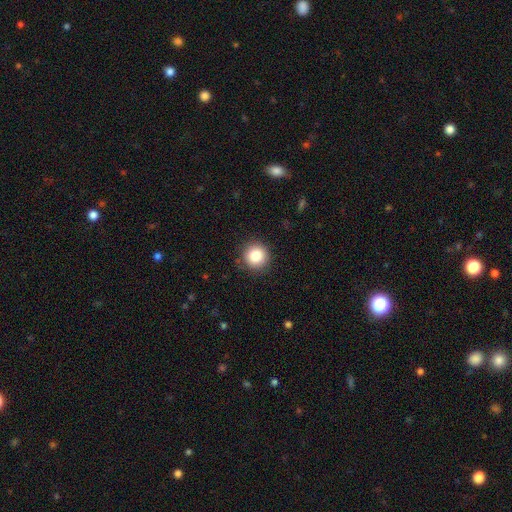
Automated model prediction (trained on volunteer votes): Smooth or featured: smooth — 84% (star or artifact — 10%)
How rounded: round — 94% (in between — 5%)
Merging: none — 90% (minor disturbance — 7%)